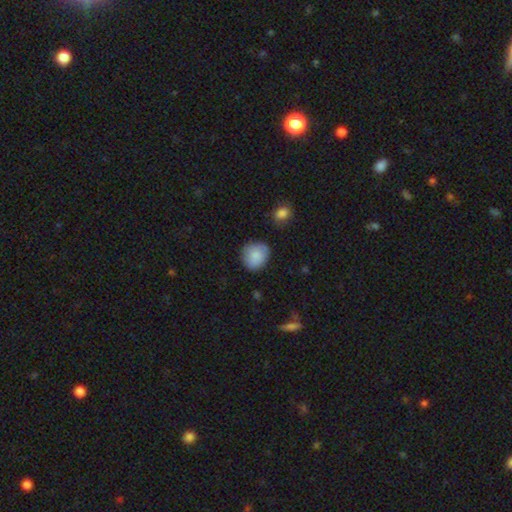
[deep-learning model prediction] The model was most divided on "how rounded": round: 75%, in between: 24%, cigar-shaped: 1%. More confident: smooth or featured — smooth (84%); merging — none (78%).